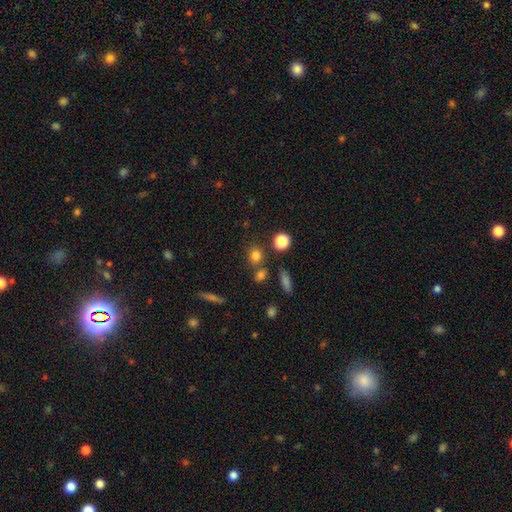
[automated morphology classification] Smooth or featured? smooth (79%)
How rounded? round (72%)
Merging? none (72%)